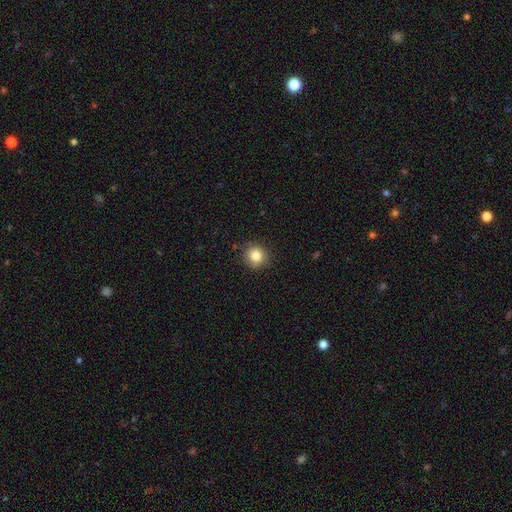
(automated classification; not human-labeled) smooth 83%, star or artifact 10%, featured or disk 7%. Down the decision tree: how rounded — round (89%); merging — none (87%).